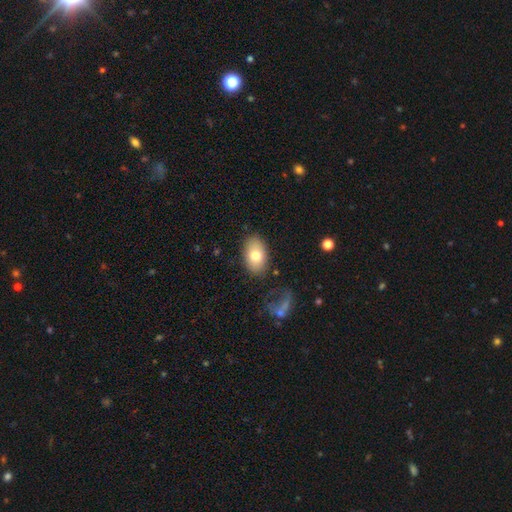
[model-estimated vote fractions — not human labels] Overall: smooth (76%). How rounded: in between (89%). Merging: none (82%).